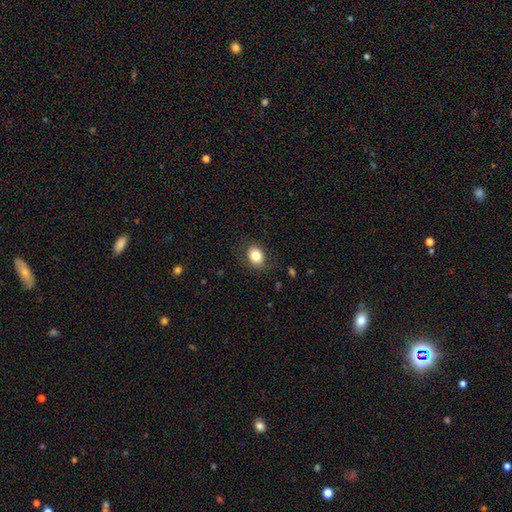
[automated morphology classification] A smooth galaxy with no disk features (83%) that is in between round and cigar-shaped (55%). Merging: none (84%).